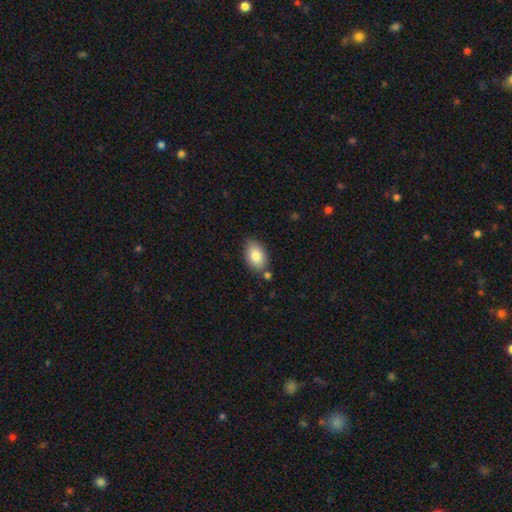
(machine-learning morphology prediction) This appears to be a smooth galaxy with no disk features (85%) that is in between round and cigar-shaped (90%). Merging: none (77%).